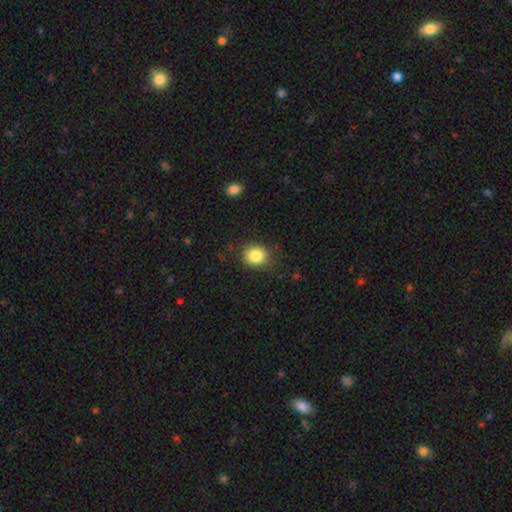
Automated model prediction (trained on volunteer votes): Overall: smooth (84%). How rounded: round (70%). Merging: none (85%).